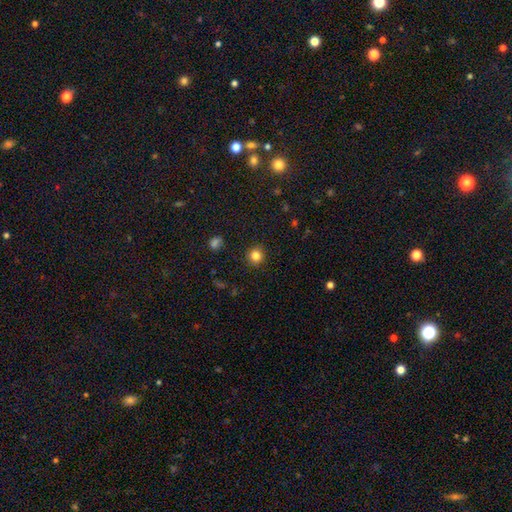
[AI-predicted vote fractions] This is clearly a smooth galaxy (82%). How rounded: clearly round (93%). Merging: clearly none (91%).